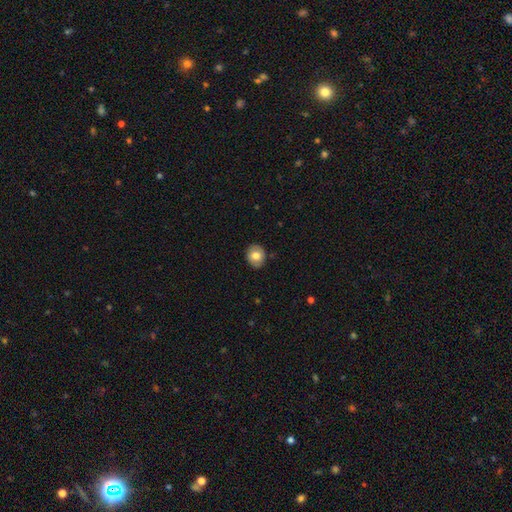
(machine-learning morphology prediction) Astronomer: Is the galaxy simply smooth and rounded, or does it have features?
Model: smooth — 76%.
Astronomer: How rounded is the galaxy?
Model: round — 67%.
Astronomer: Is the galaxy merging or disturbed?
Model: none — 87%.